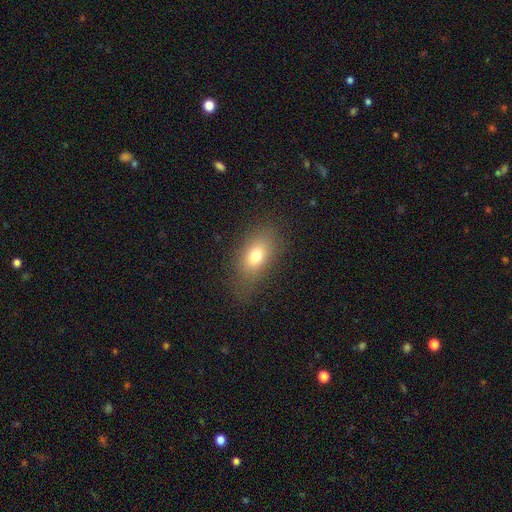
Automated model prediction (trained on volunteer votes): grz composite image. It shows a smooth galaxy with no disk features (74%) that is in between round and cigar-shaped (82%). Merging: none (75%).